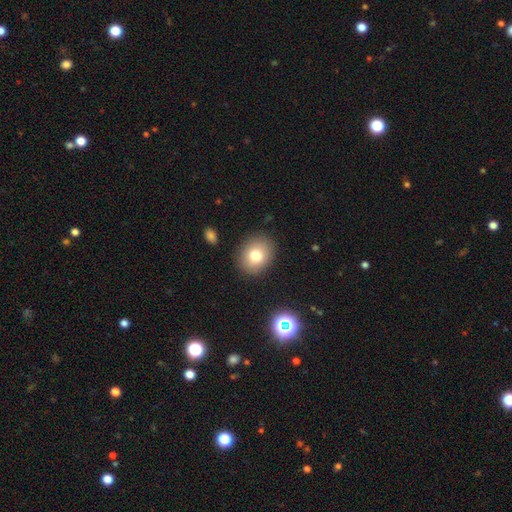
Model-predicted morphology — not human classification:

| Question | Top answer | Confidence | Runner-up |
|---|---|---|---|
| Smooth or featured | smooth | 77% | featured or disk (12%) |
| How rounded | round | 56% | in between (43%) |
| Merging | none | 87% | minor disturbance (9%) |